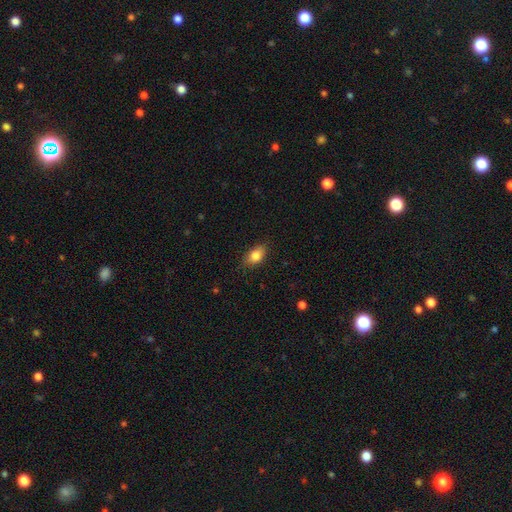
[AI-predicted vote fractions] This is clearly a smooth galaxy (83%). How rounded: clearly in between (83%). Merging: likely none (79%).